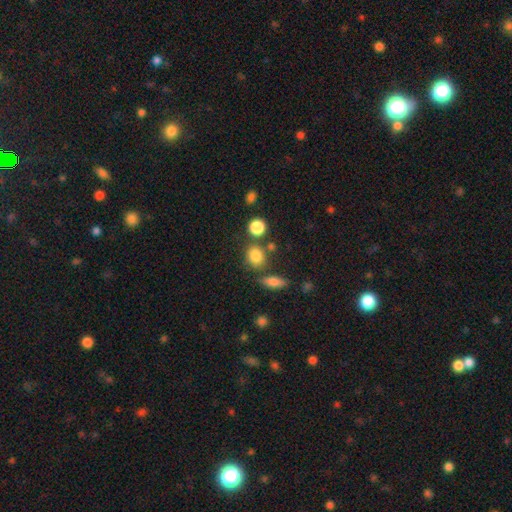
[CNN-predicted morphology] The model was most divided on "how rounded": round: 65%, in between: 33%, cigar-shaped: 2%. More confident: smooth or featured — smooth (82%); merging — none (69%).